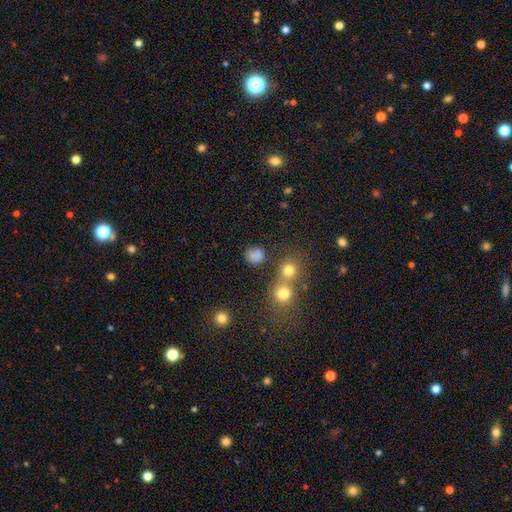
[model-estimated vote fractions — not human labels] smooth_or_featured: smooth (p=0.79) [alt: star or artifact p=0.15]
how_rounded: round (p=0.77) [alt: in between p=0.22]
merging: none (p=0.67) [alt: merger p=0.14]